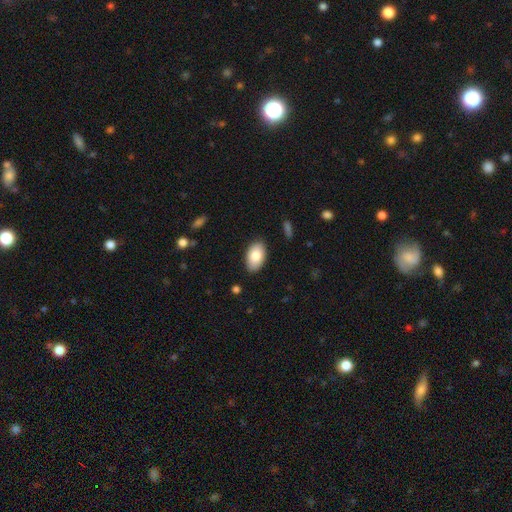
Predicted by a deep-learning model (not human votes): Smooth or featured?
  - smooth: 83% *
  - featured or disk: 11%
  - star or artifact: 6%
How rounded?
  - in between: 94% *
  - round: 5%
  - cigar-shaped: 1%
Merging?
  - none: 86% *
  - minor disturbance: 10%
  - major disturbance: 2%
  - merger: 1%